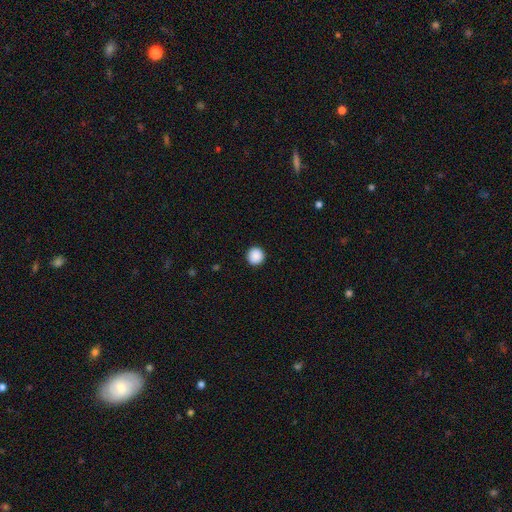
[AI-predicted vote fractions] A smooth galaxy with no disk features (89%) that is round (96%). Merging: none (93%).